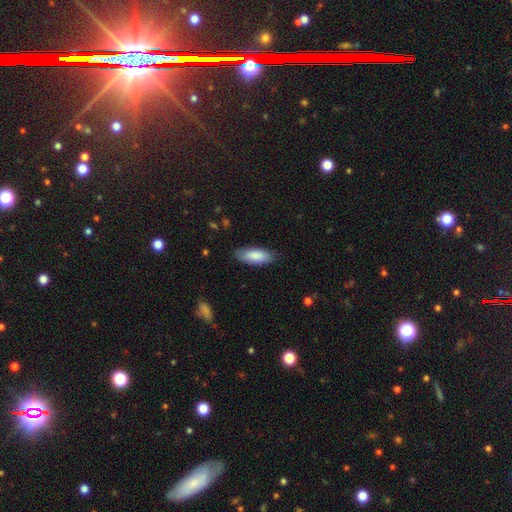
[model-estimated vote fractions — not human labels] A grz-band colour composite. It shows a smooth galaxy with no disk features (85%) that is in between round and cigar-shaped (74%). Merging: none (83%).